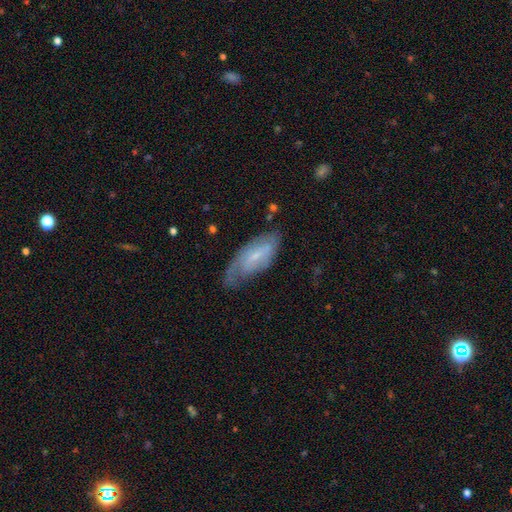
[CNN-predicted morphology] Smooth or featured?
  - featured or disk: 61% *
  - smooth: 32%
  - star or artifact: 7%
Edge-on disk?
  - no: 88% *
  - yes: 12%
Bar?
  - weak: 47% *
  - no: 37%
  - strong: 16%
Spiral arms?
  - yes: 81% *
  - no: 19%
Bulge size?
  - small: 65% *
  - moderate: 23%
  - none: 9%
  - large: 2%
  - dominant: 1%
Merging?
  - none: 55% *
  - minor disturbance: 29%
  - major disturbance: 14%
  - merger: 2%